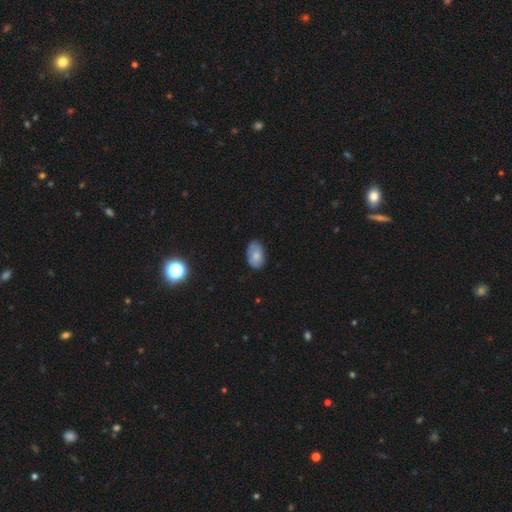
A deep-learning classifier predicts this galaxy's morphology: The model was most divided on "merging": none: 72%, minor disturbance: 22%, major disturbance: 4%, merger: 1%. More confident: how rounded — in between (89%); smooth or featured — smooth (74%).